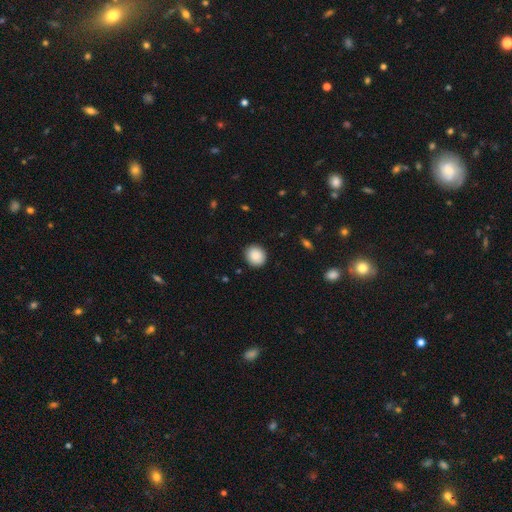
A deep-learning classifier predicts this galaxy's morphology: The model was most divided on "how rounded": round: 83%, in between: 16%, cigar-shaped: 1%. More confident: merging — none (90%); smooth or featured — smooth (89%).